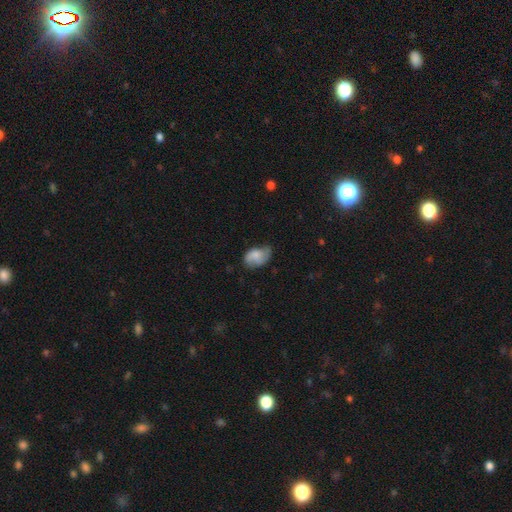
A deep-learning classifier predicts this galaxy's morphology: Smooth or featured: smooth — 69% (featured or disk — 23%)
How rounded: in between — 87% (round — 12%)
Merging: none — 44% (minor disturbance — 40%)